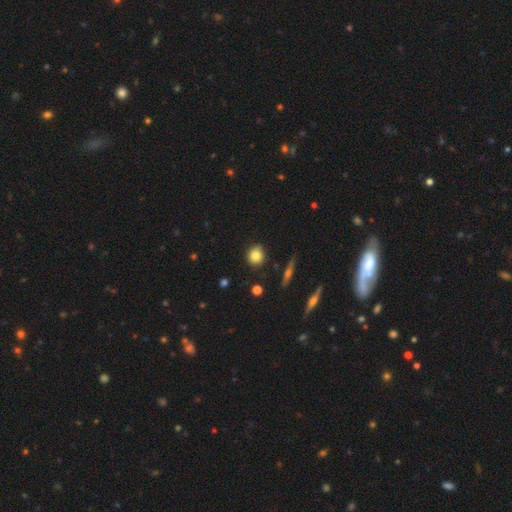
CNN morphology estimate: Smooth or featured: smooth — 81% (star or artifact — 10%)
How rounded: round — 84% (in between — 15%)
Merging: none — 80% (minor disturbance — 15%)